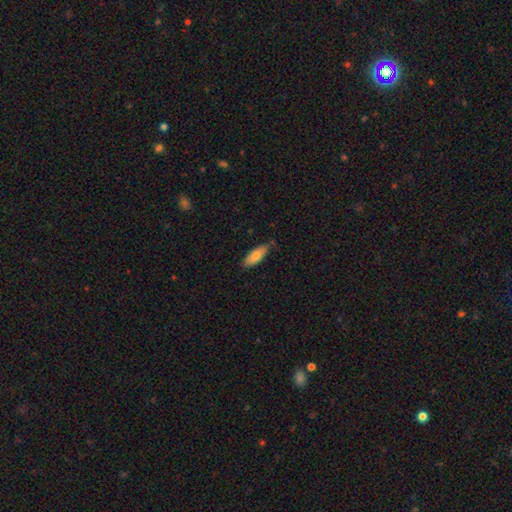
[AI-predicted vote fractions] The model was most divided on "how rounded": in between: 72%, cigar-shaped: 26%, round: 2%. More confident: smooth or featured — smooth (77%); merging — none (77%).